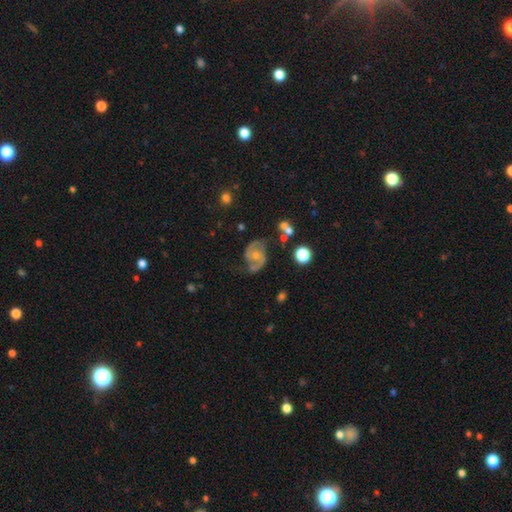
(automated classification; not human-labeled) Overall: featured or disk (77%). Edge-on disk: no (97%). Bar: no (67%). Spiral arms: yes (88%). Spiral arm count: 2 (86%). Spiral winding: medium (51%; loose 26%). Bulge size: moderate (57%; small 36%). Merging: none (57%; minor disturbance 25%).